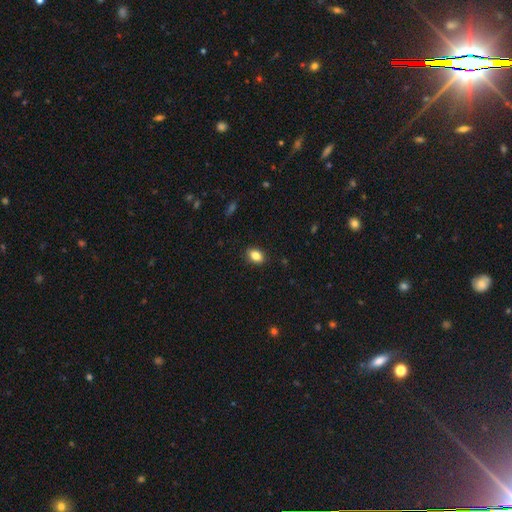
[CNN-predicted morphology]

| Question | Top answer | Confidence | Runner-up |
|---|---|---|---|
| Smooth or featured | smooth | 85% | star or artifact (9%) |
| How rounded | in between | 81% | round (18%) |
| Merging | none | 89% | minor disturbance (8%) |